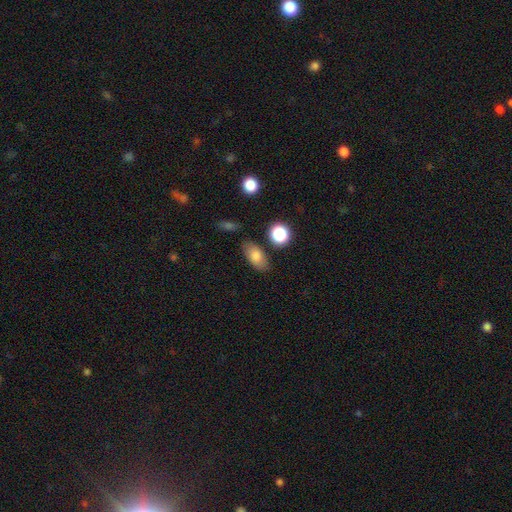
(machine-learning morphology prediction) The model was most divided on "smooth or featured": smooth: 78%, featured or disk: 12%, star or artifact: 9%. More confident: how rounded — in between (85%); merging — none (79%).